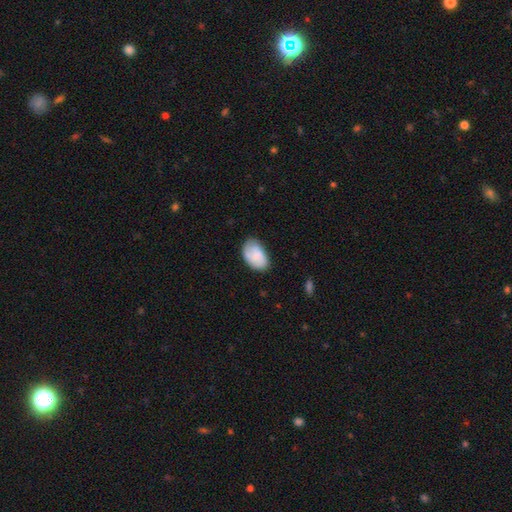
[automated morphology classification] This is likely a smooth galaxy (78%). How rounded: clearly in between (92%). Merging: likely none (68%).